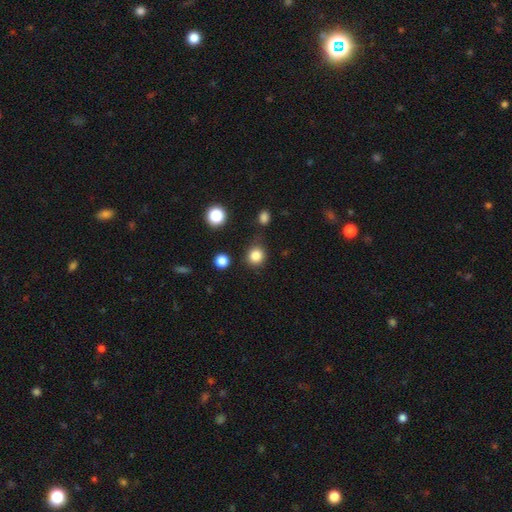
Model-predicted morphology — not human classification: smooth_or_featured: smooth (p=0.84) [alt: star or artifact p=0.12]
how_rounded: round (p=0.88) [alt: in between p=0.11]
merging: none (p=0.80) [alt: minor disturbance p=0.12]